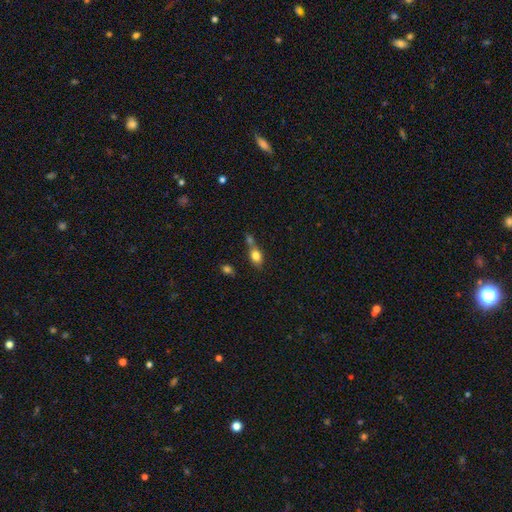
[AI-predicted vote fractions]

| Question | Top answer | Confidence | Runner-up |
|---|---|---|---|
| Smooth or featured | smooth | 80% | featured or disk (11%) |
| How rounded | in between | 69% | round (27%) |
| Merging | none | 40% | merger (39%) |